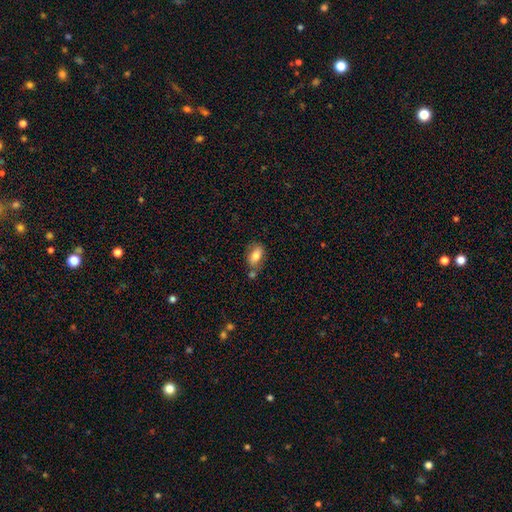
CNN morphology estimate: smooth-or-featured: smooth: 79% | featured or disk: 13% | star or artifact: 8%
  how-rounded: in between: 89% | round: 6% | cigar-shaped: 4%
  merging: none: 61% | minor disturbance: 17% | merger: 16% | major disturbance: 5%